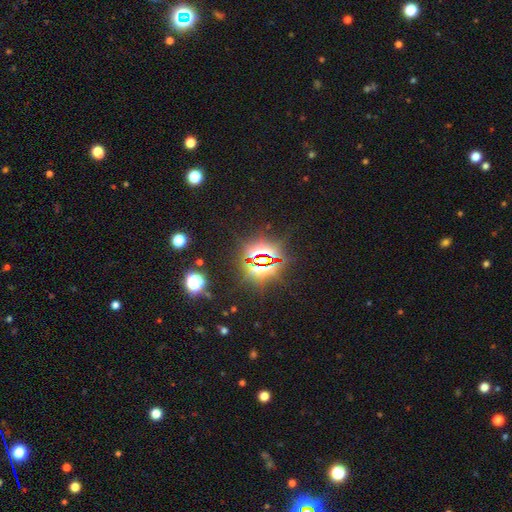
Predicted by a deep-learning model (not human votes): smooth-or-featured: star or artifact: 83% | smooth: 9% | featured or disk: 8%